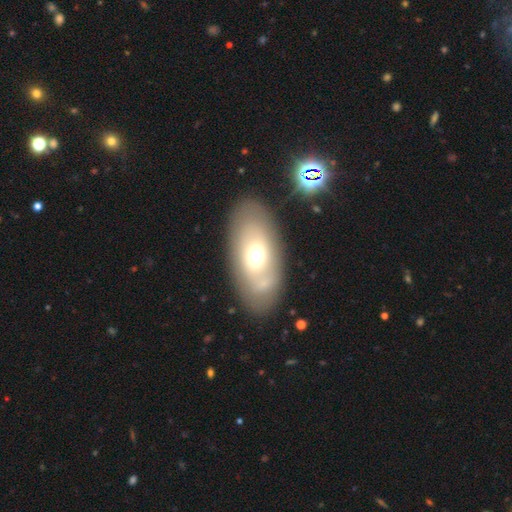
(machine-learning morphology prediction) Smooth or featured?
  - smooth: 52% *
  - featured or disk: 39%
  - star or artifact: 9%
How rounded?
  - in between: 90% *
  - round: 6%
  - cigar-shaped: 4%
Merging?
  - none: 78% *
  - minor disturbance: 12%
  - major disturbance: 6%
  - merger: 4%